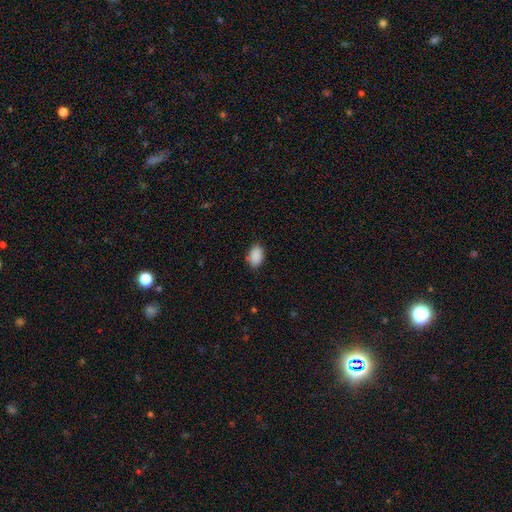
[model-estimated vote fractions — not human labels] The model was most divided on "merging": none: 81%, minor disturbance: 15%, major disturbance: 3%, merger: 1%. More confident: smooth or featured — smooth (89%); how rounded — in between (88%).